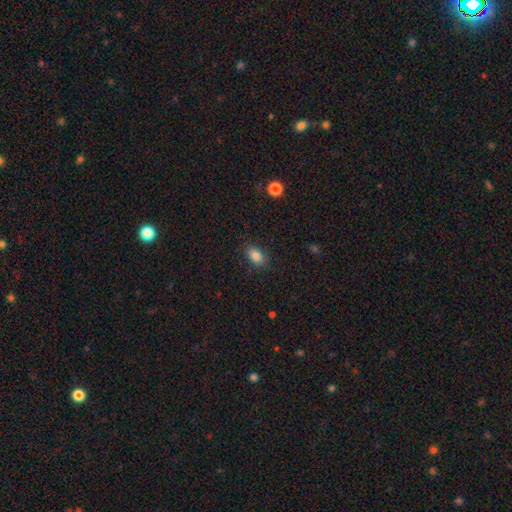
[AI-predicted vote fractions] Smooth or featured?
  - smooth: 85% *
  - star or artifact: 9%
  - featured or disk: 6%
How rounded?
  - in between: 89% *
  - round: 8%
  - cigar-shaped: 3%
Merging?
  - none: 87% *
  - minor disturbance: 10%
  - major disturbance: 3%
  - merger: 1%